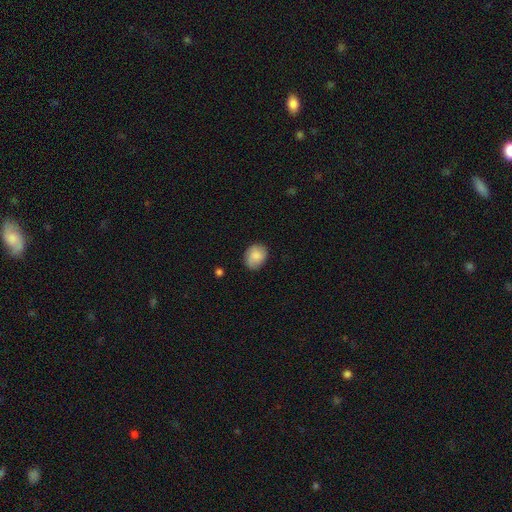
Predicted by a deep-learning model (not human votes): Overall: smooth (80%). How rounded: round (50%; in between 49%). Merging: none (77%).